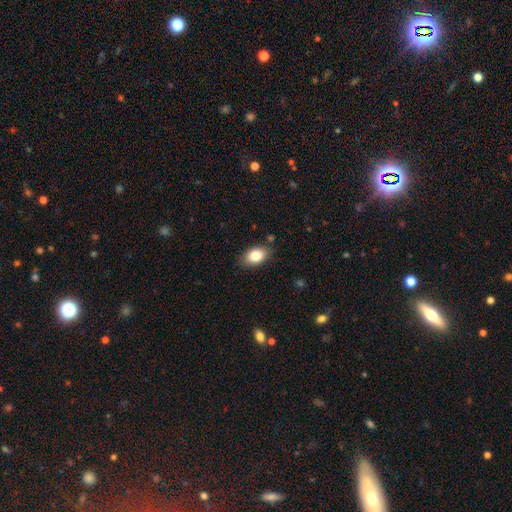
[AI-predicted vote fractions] A smooth galaxy with no disk features (84%) that is in between round and cigar-shaped (88%). Merging: none (84%).